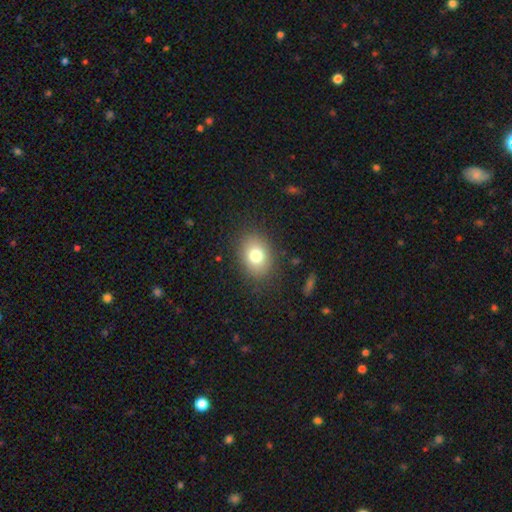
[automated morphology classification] Q: Smooth or featured?
A: smooth (77%); runner-up: featured or disk (12%)
Q: How rounded?
A: in between (64%); runner-up: round (35%)
Q: Merging?
A: none (85%); runner-up: minor disturbance (10%)